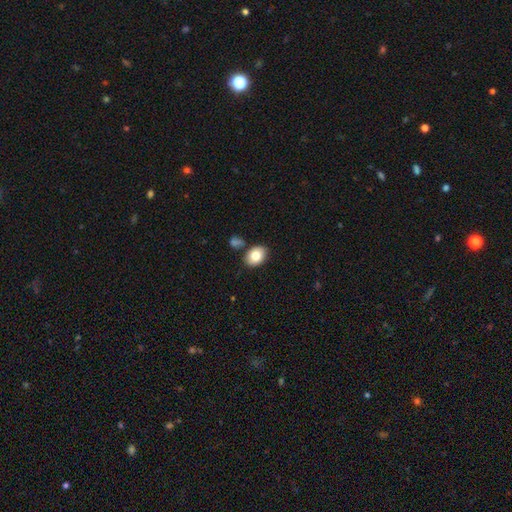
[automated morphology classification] Smooth or featured: smooth — 81% (featured or disk — 11%)
How rounded: in between — 78% (round — 21%)
Merging: none — 78% (minor disturbance — 12%)